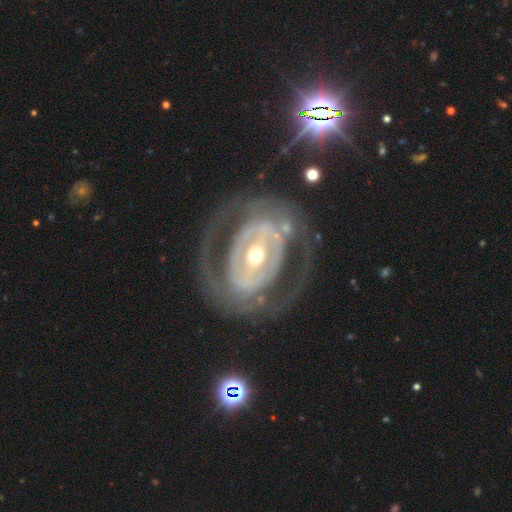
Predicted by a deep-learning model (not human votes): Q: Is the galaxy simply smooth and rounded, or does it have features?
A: featured or disk — 85%.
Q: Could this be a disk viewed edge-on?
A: no — 95%.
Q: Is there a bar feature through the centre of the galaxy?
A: strong — 39%.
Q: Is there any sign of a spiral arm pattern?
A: yes — 65%.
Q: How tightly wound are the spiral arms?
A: tight — 49%.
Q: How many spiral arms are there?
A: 2 — 58%.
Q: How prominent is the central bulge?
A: moderate — 66%.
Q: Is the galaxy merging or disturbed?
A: none — 68%.